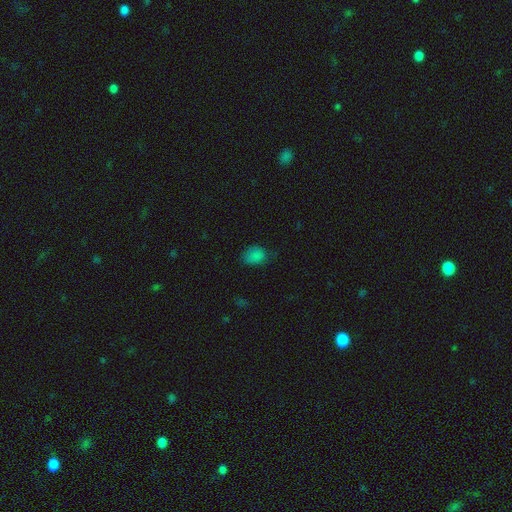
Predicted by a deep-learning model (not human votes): Morphology: type=smooth (81%); roundness=in between (66%); merging=none (62%).